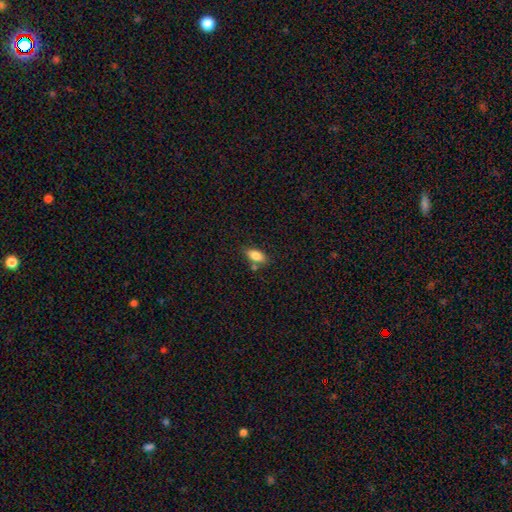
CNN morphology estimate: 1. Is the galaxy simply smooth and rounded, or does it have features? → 83% smooth, 9% featured or disk, 8% star or artifact.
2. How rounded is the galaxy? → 88% in between, 8% cigar-shaped, 4% round.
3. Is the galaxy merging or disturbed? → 68% none, 15% minor disturbance, 13% merger, 4% major disturbance.